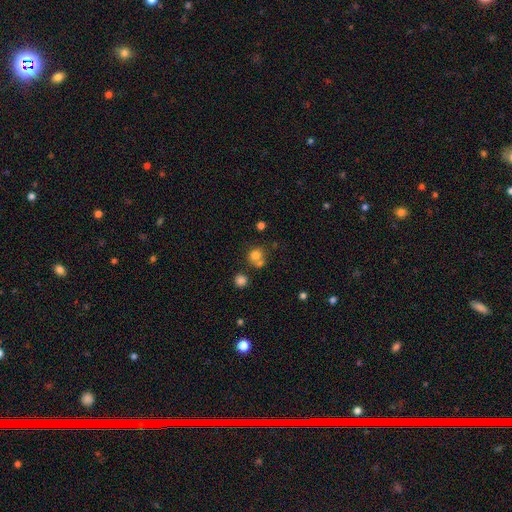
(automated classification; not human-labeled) smooth_or_featured: smooth (p=0.76) [alt: star or artifact p=0.14]
how_rounded: round (p=0.82) [alt: in between p=0.17]
merging: none (p=0.52) [alt: merger p=0.34]